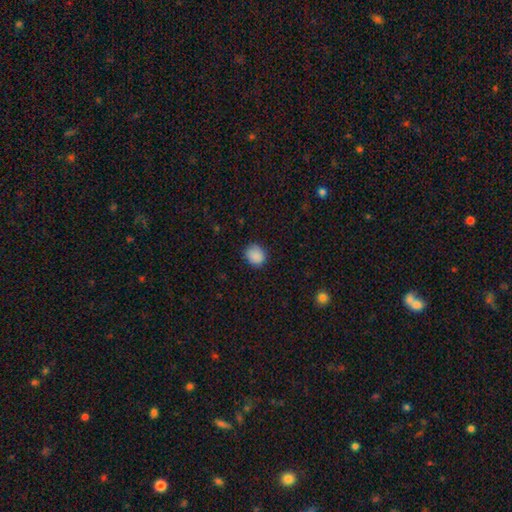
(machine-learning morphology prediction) smooth 88%, star or artifact 9%, featured or disk 3%. Down the decision tree: how rounded — round (72%); merging — none (85%).